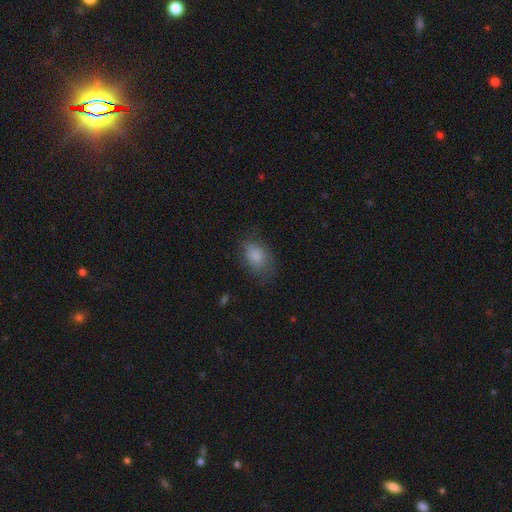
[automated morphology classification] type=smooth (81%); roundness=in between (81%); merging=none (58%).